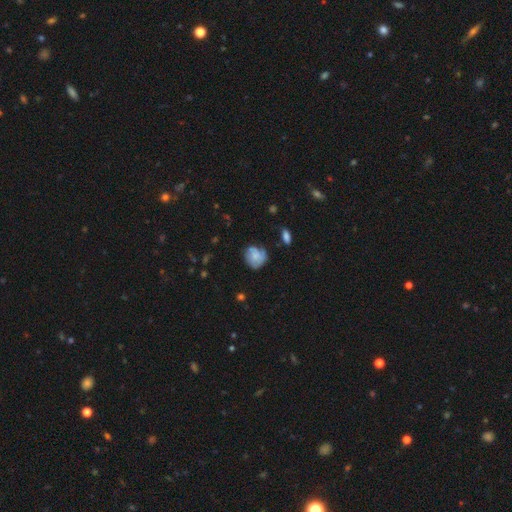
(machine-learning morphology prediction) This appears to be a smooth galaxy with no disk features (58%) that is round (75%). Merging: none (58%).